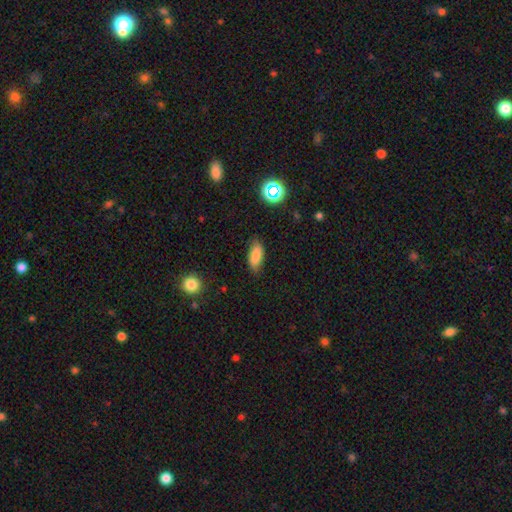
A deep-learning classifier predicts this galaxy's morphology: type=smooth (83%); roundness=in between (79%); merging=none (79%).